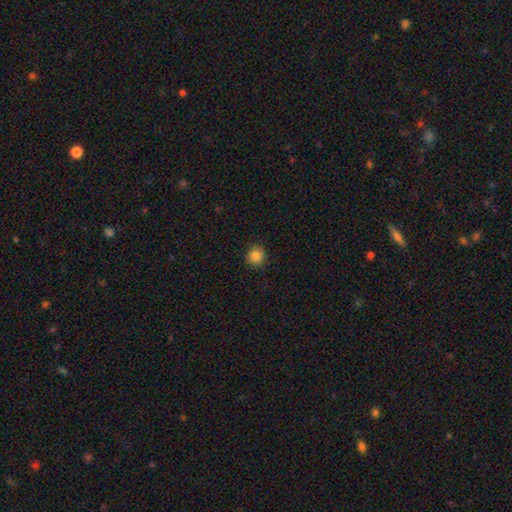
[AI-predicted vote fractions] smooth 85%, star or artifact 11%, featured or disk 4%. Down the decision tree: how rounded — round (91%); merging — none (89%).